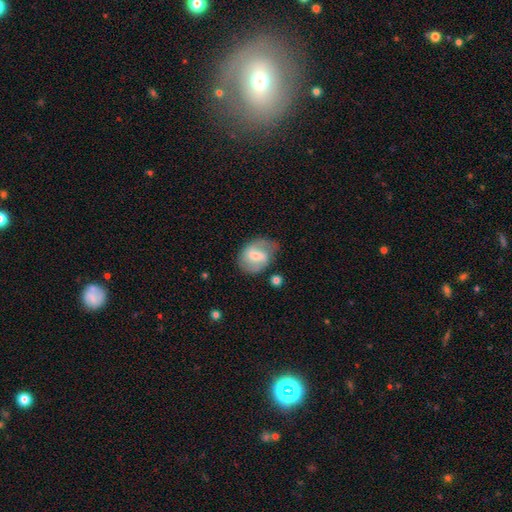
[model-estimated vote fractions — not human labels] This appears to be a featured or disk galaxy (65%) with a weak bar (53%), 2 (78%) medium (47%) spiral arms (86%) and a small central bulge (46%). Merging: none (59%).